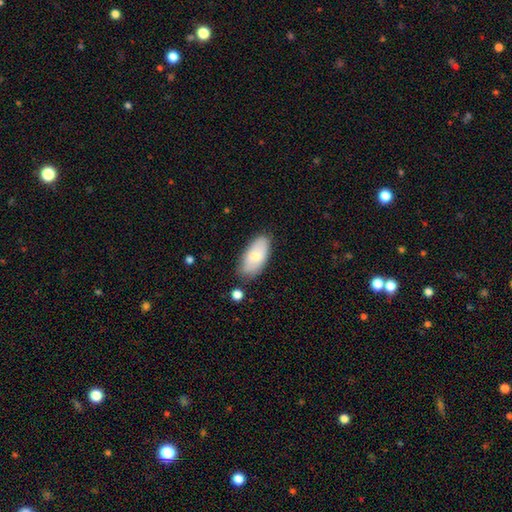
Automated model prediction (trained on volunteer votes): This is likely a smooth galaxy (73%). How rounded: clearly in between (92%). Merging: likely none (74%).